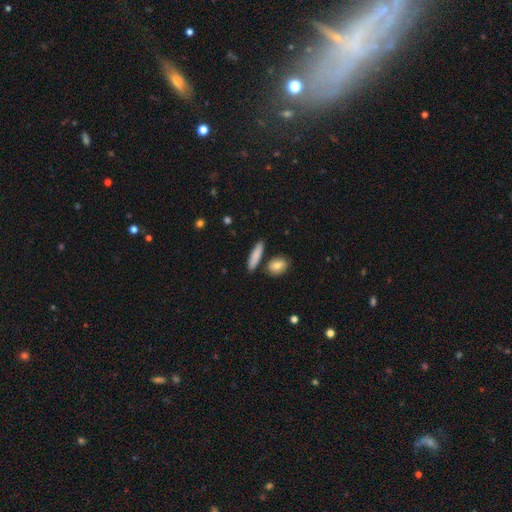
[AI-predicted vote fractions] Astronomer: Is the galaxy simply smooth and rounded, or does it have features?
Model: smooth — 82%.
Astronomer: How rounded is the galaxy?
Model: cigar-shaped — 70%.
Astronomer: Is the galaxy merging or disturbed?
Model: none — 80%.